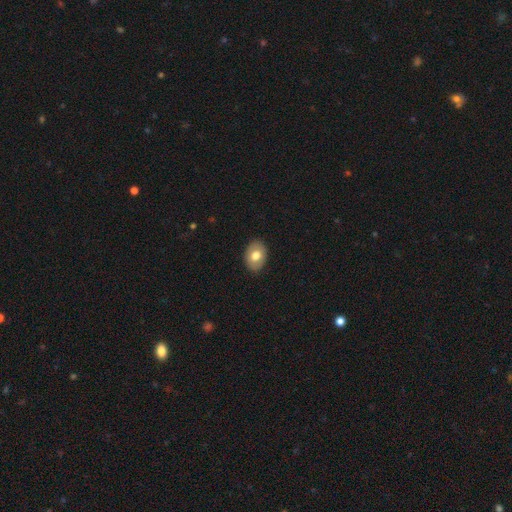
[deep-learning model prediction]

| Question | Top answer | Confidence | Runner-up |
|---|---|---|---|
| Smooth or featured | smooth | 73% | featured or disk (21%) |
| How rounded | in between | 77% | round (22%) |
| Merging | none | 88% | minor disturbance (9%) |